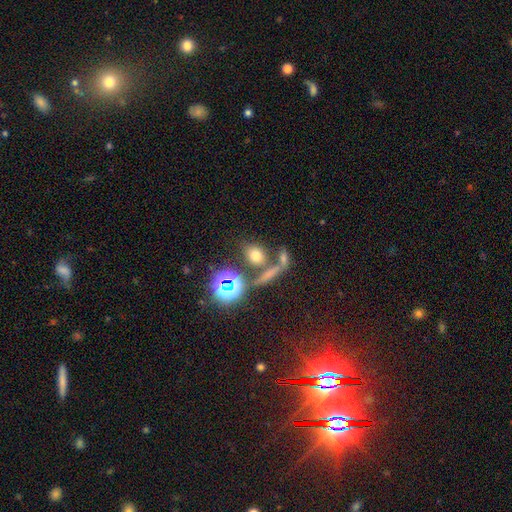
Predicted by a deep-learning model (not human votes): Smooth or featured?
  - smooth: 67% *
  - star or artifact: 21%
  - featured or disk: 12%
How rounded?
  - in between: 48% *
  - round: 47%
  - cigar-shaped: 6%
Merging?
  - none: 63% *
  - merger: 23%
  - minor disturbance: 10%
  - major disturbance: 5%